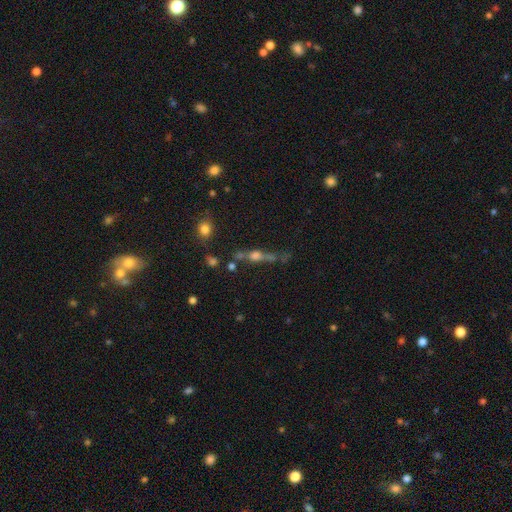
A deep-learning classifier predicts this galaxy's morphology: Smooth or featured? featured or disk (38%, tied with smooth)
Merging? none (44%)